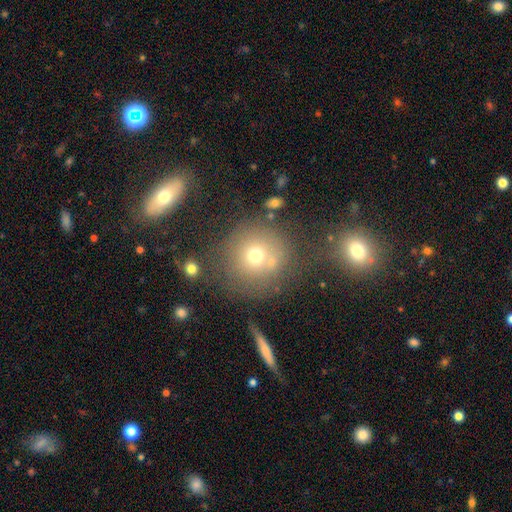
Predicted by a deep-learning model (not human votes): This appears to be a smooth galaxy with no disk features (67%) that is round (92%). Merging: none (68%).